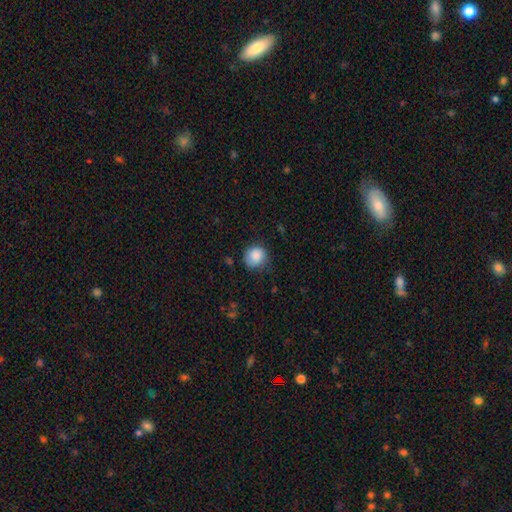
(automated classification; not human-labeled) A smooth galaxy with no disk features (86%) that is round (86%).

Vote fractions:
- Smooth or featured? smooth: 86% / star or artifact: 7% / featured or disk: 7%
- How rounded? round: 86% / in between: 14% / cigar-shaped: 1%
- Merging? none: 69% / minor disturbance: 24% / major disturbance: 6% / merger: 1%